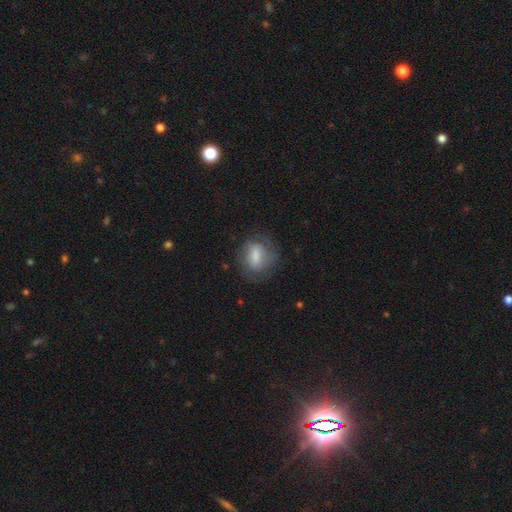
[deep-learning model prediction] Overall: smooth (58%; featured or disk 34%). How rounded: in between (53%; round 42%). Merging: none (63%).